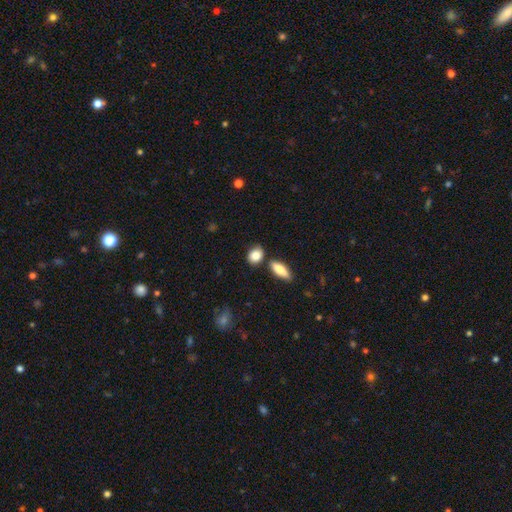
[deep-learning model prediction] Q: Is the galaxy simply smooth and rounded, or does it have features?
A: smooth — 84%.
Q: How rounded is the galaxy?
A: in between — 53%.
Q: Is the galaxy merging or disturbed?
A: none — 67%.